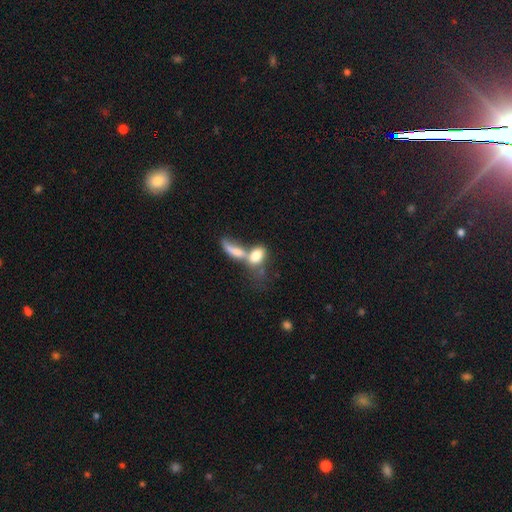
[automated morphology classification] smooth_or_featured: smooth (p=0.70) [alt: featured or disk p=0.22]
how_rounded: in between (p=0.77) [alt: round p=0.13]
merging: merger (p=0.68) [alt: none p=0.13]